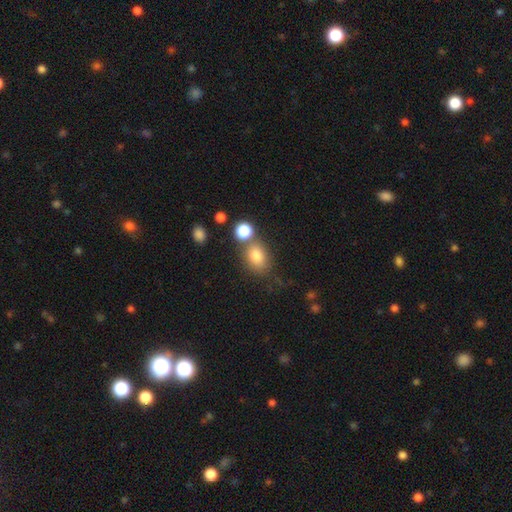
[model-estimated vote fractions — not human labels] The model was most divided on "how rounded": in between: 61%, round: 38%, cigar-shaped: 1%. More confident: smooth or featured — smooth (80%); merging — none (61%).